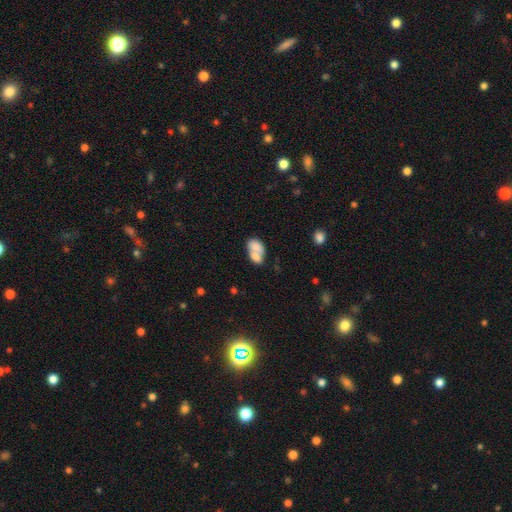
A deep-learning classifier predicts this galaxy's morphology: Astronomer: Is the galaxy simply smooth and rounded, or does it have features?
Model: smooth — 70%.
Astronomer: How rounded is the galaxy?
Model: in between — 84%.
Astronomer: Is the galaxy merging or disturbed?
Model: merger — 68%.